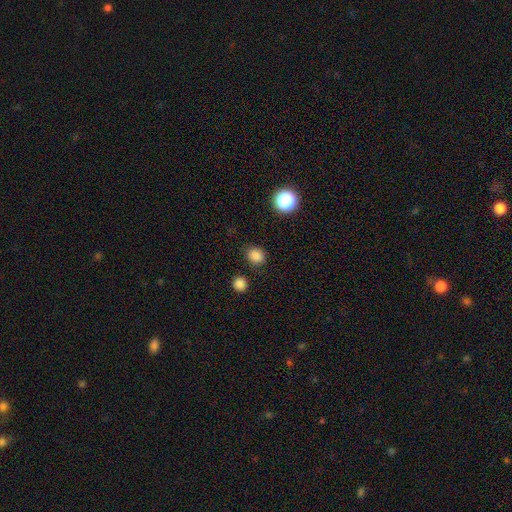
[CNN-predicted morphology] This is clearly a smooth galaxy (84%). How rounded: likely round (61%). Merging: clearly none (83%).